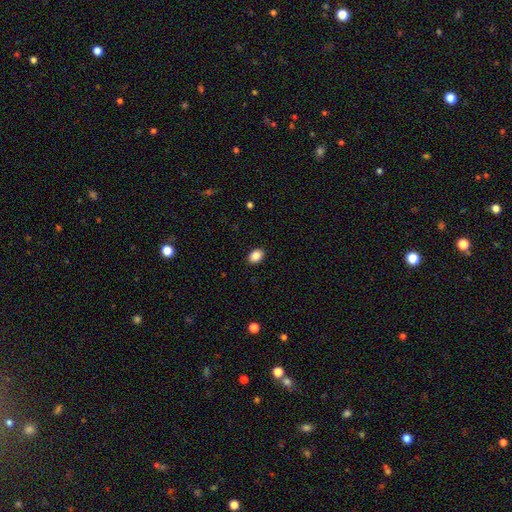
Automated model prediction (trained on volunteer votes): Q: Smooth or featured?
A: smooth (88%); runner-up: star or artifact (8%)
Q: How rounded?
A: in between (76%); runner-up: round (23%)
Q: Merging?
A: none (90%); runner-up: minor disturbance (7%)